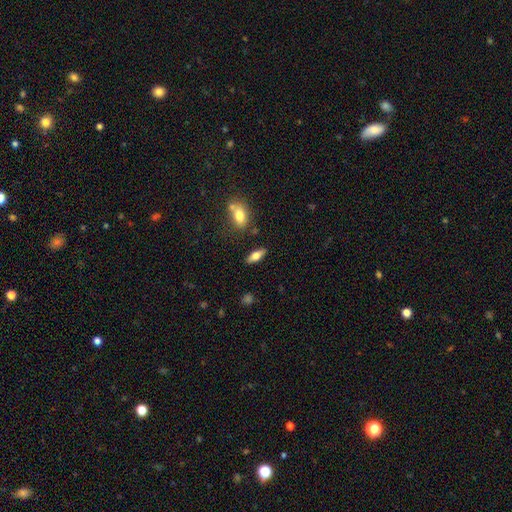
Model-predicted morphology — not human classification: Smooth or featured? Predicted: smooth (p=0.60). How rounded? Predicted: in between (p=0.69). Merging? Predicted: none (p=0.83).